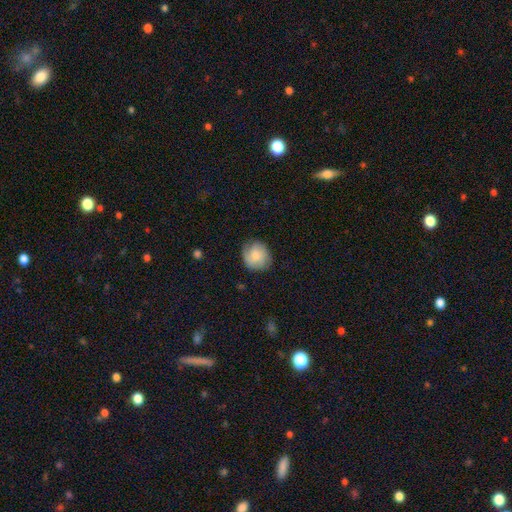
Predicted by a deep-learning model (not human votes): Smooth or featured? Predicted: smooth (p=0.62). How rounded? Predicted: round (p=0.81). Merging? Predicted: none (p=0.75).